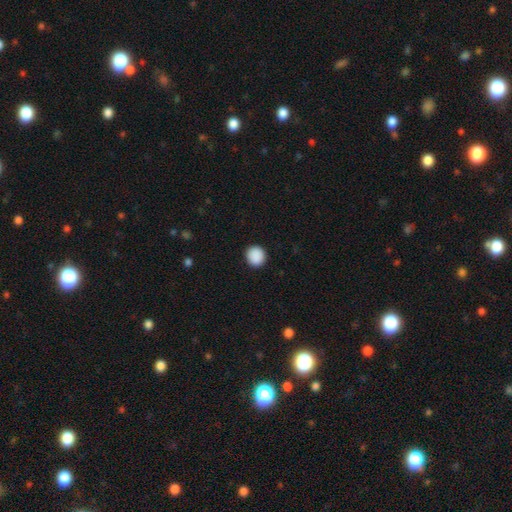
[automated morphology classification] The model was most divided on "how rounded": round: 90%, in between: 9%, cigar-shaped: 1%. More confident: merging — none (92%); smooth or featured — smooth (90%).